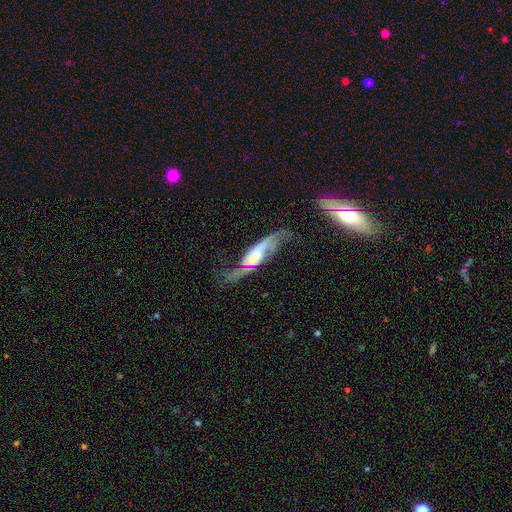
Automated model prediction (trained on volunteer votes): Overall: featured or disk (77%). Edge-on disk: no (75%). Bar: no (45%; weak 34%). Spiral arms: yes (91%). Spiral arm count: 2 (90%). Spiral winding: loose (71%). Bulge size: small (28%; moderate 27%). Merging: none (50%; minor disturbance 23%).